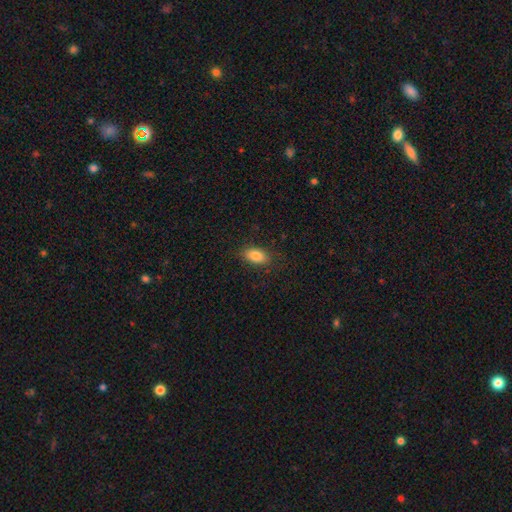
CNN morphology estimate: type=smooth (85%); roundness=in between (91%); merging=none (85%).